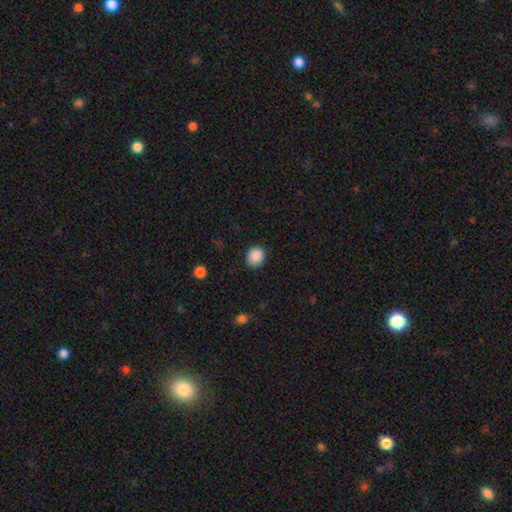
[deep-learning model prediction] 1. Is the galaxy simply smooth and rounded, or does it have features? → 89% smooth, 9% star or artifact, 3% featured or disk.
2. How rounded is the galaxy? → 73% round, 27% in between, 1% cigar-shaped.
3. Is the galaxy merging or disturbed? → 86% none, 11% minor disturbance, 3% major disturbance, 1% merger.